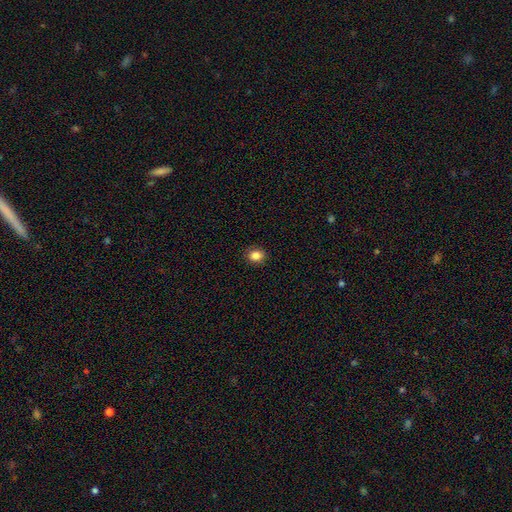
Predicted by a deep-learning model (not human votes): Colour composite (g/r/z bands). It shows a smooth galaxy with no disk features (85%) that is round (61%). Merging: none (90%).